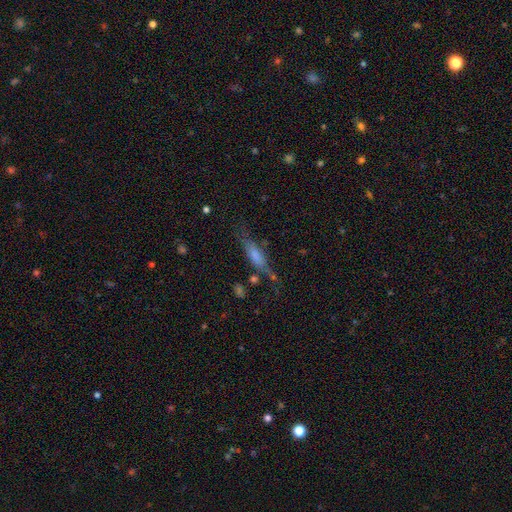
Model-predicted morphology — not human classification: The model was most divided on "smooth or featured": smooth: 53%, featured or disk: 37%, star or artifact: 10%. More confident: how rounded — cigar-shaped (59%); merging — none (50%).